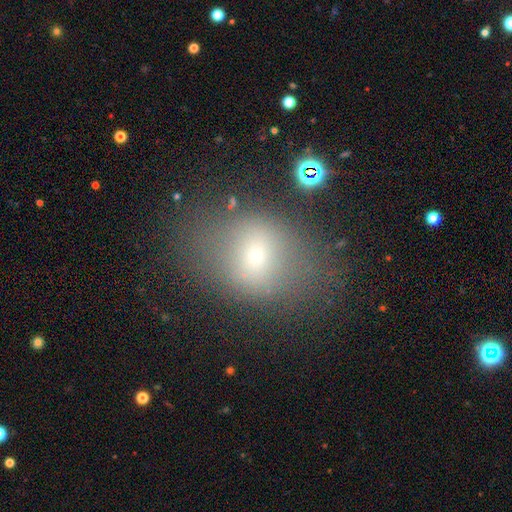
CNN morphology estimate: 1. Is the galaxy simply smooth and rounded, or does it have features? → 60% smooth, 23% featured or disk, 17% star or artifact.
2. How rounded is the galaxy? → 61% in between, 37% round, 2% cigar-shaped.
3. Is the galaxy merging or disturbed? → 65% none, 20% minor disturbance, 12% major disturbance, 4% merger.